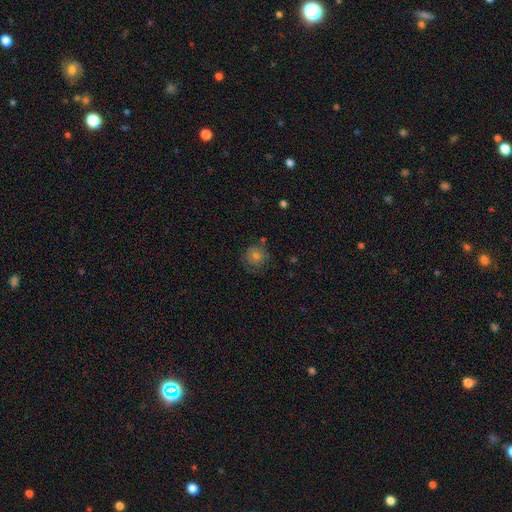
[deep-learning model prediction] A smooth galaxy with no disk features (54%) that is round (89%).

Vote fractions:
- Smooth or featured? smooth: 54% / featured or disk: 29% / star or artifact: 17%
- How rounded? round: 89% / in between: 10% / cigar-shaped: 1%
- Merging? none: 75% / minor disturbance: 16% / major disturbance: 6% / merger: 3%